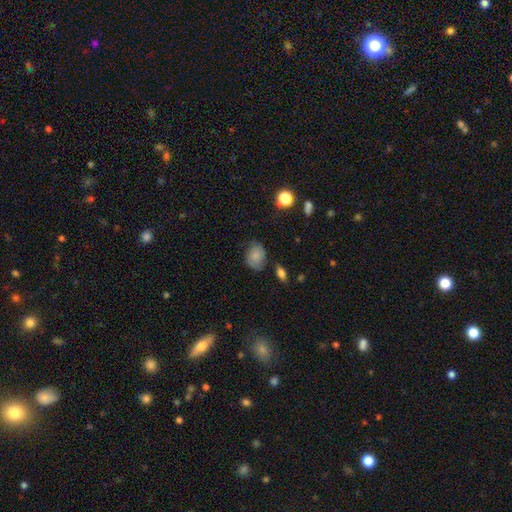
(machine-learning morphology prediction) smooth-or-featured: smooth: 78% | featured or disk: 13% | star or artifact: 9%
  how-rounded: in between: 61% | round: 38% | cigar-shaped: 1%
  merging: none: 66% | minor disturbance: 24% | major disturbance: 6% | merger: 3%